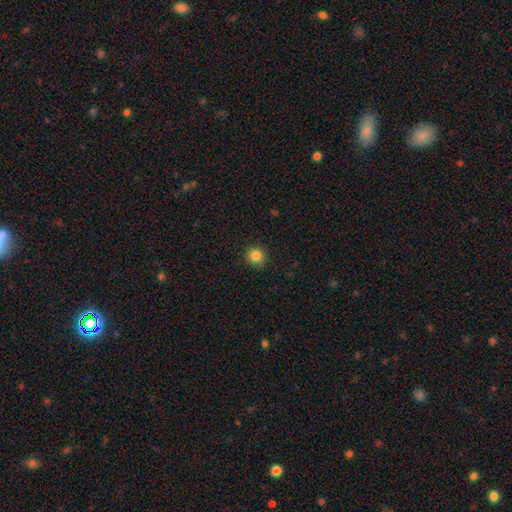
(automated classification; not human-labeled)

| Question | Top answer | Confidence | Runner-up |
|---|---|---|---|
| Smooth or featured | smooth | 85% | star or artifact (11%) |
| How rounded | round | 93% | in between (6%) |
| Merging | none | 91% | minor disturbance (7%) |